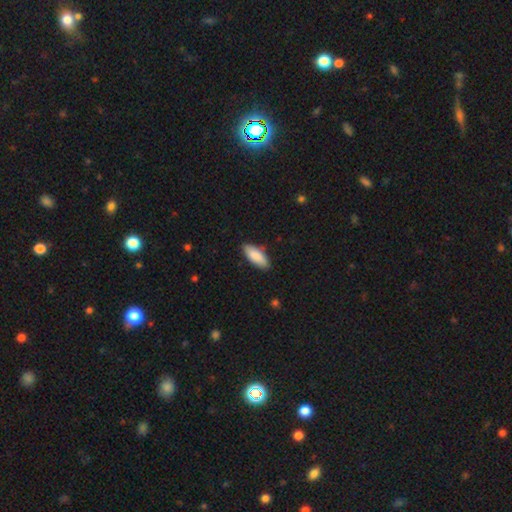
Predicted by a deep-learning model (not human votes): Q: Smooth or featured?
A: smooth (88%); runner-up: featured or disk (6%)
Q: How rounded?
A: in between (78%); runner-up: cigar-shaped (20%)
Q: Merging?
A: none (85%); runner-up: minor disturbance (12%)